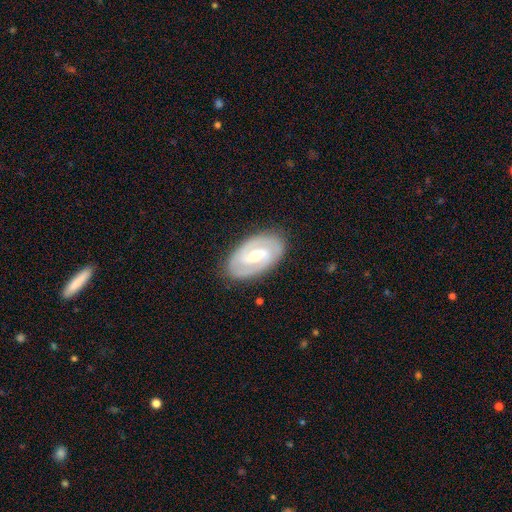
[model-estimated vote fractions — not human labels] This is clearly a featured or disk galaxy (85%). It is clearly not viewed edge-on (96%). Bar: possibly weak (46%). Spiral arm pattern: clearly yes (93%). Spiral arm count: clearly 2 (89%). Spiral winding: possibly tight (47%). Central bulge: likely moderate (62%). Merging: clearly none (86%).